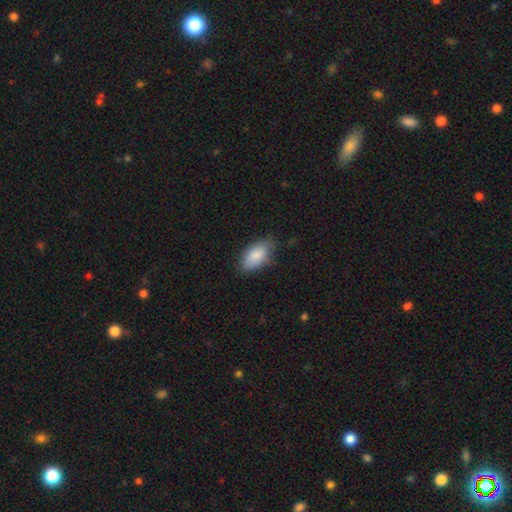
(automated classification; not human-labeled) This appears to be a smooth galaxy with no disk features (86%) that is in between round and cigar-shaped (94%). Merging: none (70%).